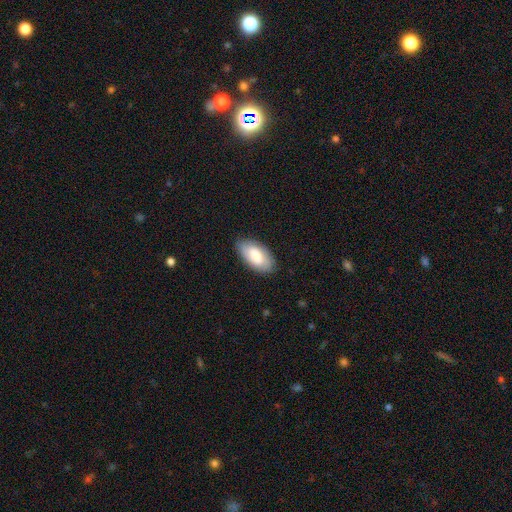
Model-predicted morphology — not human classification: Smooth or featured? Predicted: smooth (p=0.67). How rounded? Predicted: in between (p=0.93). Merging? Predicted: none (p=0.82).